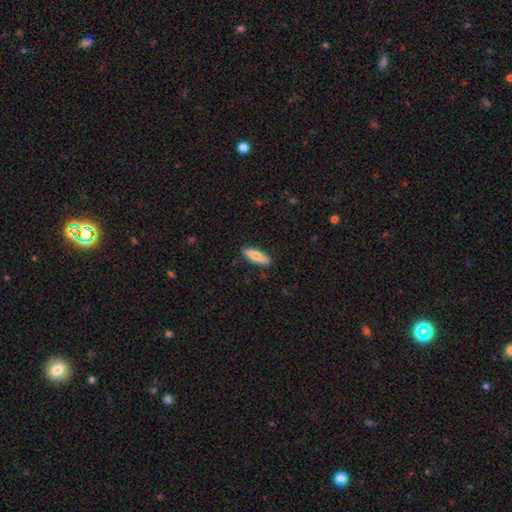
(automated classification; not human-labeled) This is likely a smooth galaxy (79%). How rounded: possibly cigar-shaped (50%). Merging: clearly none (89%).